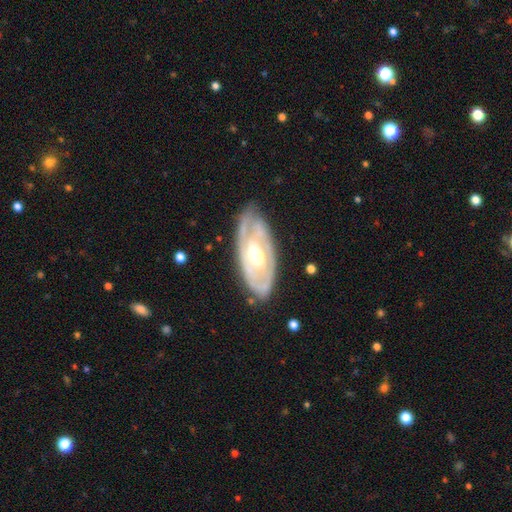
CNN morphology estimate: This appears to be a featured or disk galaxy (81%) with no bar (58%), spiral arms (69%) and a moderate central bulge (68%). Merging: none (75%).